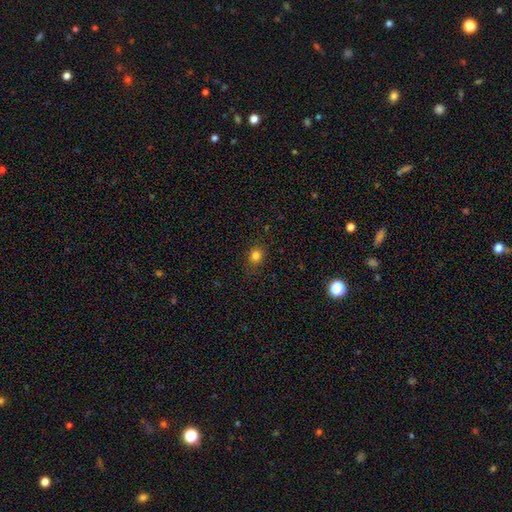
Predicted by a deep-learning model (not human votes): The model was most divided on "how rounded": round: 69%, in between: 30%, cigar-shaped: 1%. More confident: merging — none (86%); smooth or featured — smooth (81%).